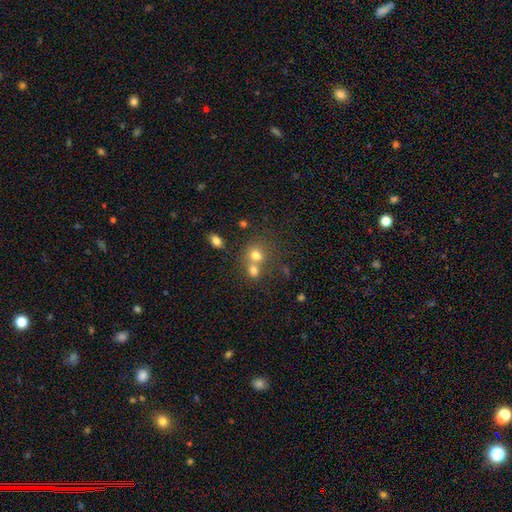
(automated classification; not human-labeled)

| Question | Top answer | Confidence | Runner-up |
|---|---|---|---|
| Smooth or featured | smooth | 72% | star or artifact (15%) |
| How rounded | round | 72% | in between (27%) |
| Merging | merger | 50% | none (39%) |